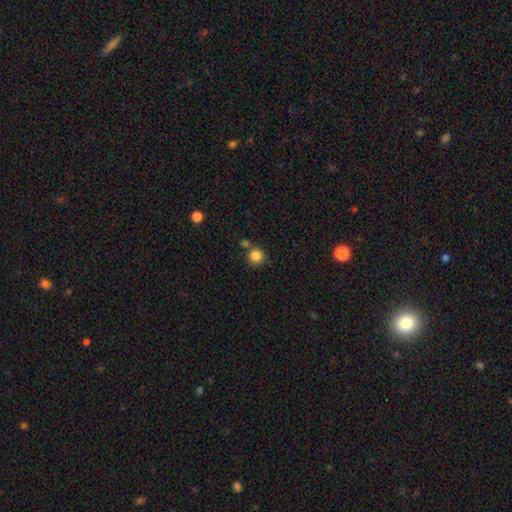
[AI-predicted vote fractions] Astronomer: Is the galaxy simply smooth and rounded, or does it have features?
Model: smooth — 85%.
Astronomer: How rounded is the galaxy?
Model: round — 93%.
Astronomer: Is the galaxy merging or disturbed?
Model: none — 70%.